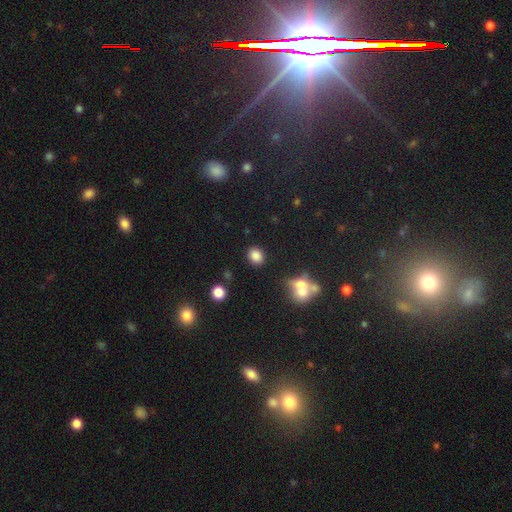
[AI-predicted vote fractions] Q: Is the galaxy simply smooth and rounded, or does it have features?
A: smooth — 83%.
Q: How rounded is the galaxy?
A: round — 55%.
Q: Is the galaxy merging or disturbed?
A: none — 84%.